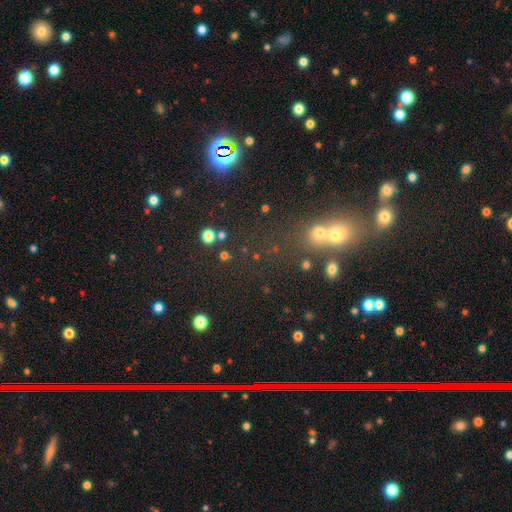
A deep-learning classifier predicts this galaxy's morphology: Q: Smooth or featured?
A: star or artifact (57%); runner-up: smooth (30%)